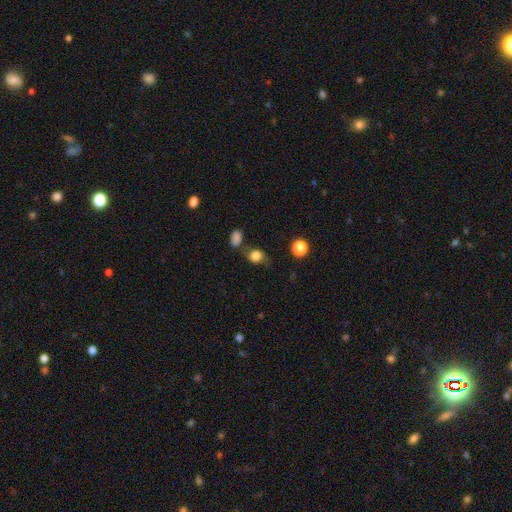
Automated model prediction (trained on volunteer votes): This appears to be a smooth galaxy with no disk features (81%) that is round (53%). Merging: none (61%).